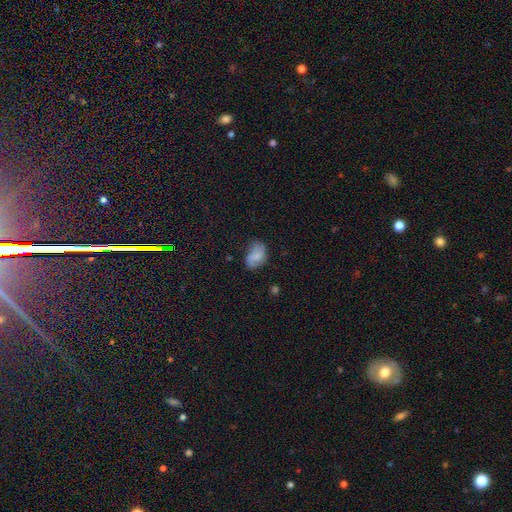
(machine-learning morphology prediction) Smooth or featured? Predicted: smooth (p=0.68). How rounded? Predicted: in between (p=0.88). Merging? Predicted: none (p=0.59).